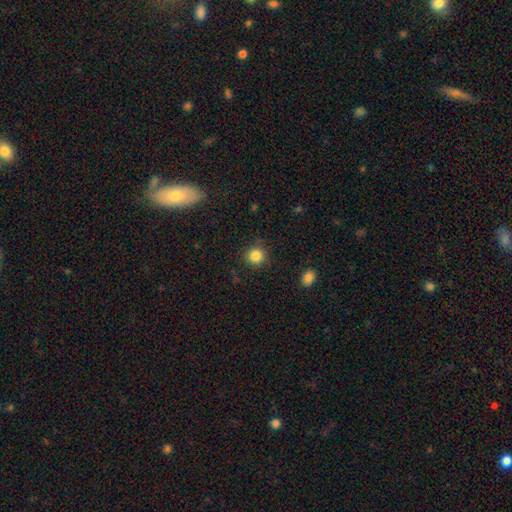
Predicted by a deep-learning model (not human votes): Q: Smooth or featured?
A: smooth (85%); runner-up: star or artifact (11%)
Q: How rounded?
A: round (92%); runner-up: in between (7%)
Q: Merging?
A: none (88%); runner-up: minor disturbance (8%)